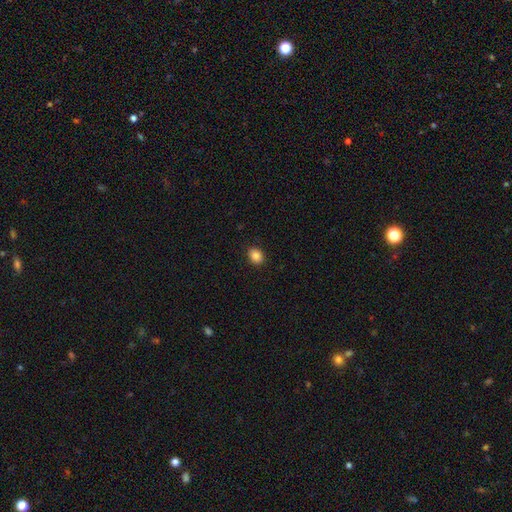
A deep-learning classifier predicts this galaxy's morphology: A smooth galaxy with no disk features (86%) that is in between round and cigar-shaped (53%).

Vote fractions:
- Smooth or featured? smooth: 86% / star or artifact: 9% / featured or disk: 4%
- How rounded? in between: 53% / round: 46% / cigar-shaped: 1%
- Merging? none: 90% / minor disturbance: 7% / major disturbance: 2% / merger: 1%